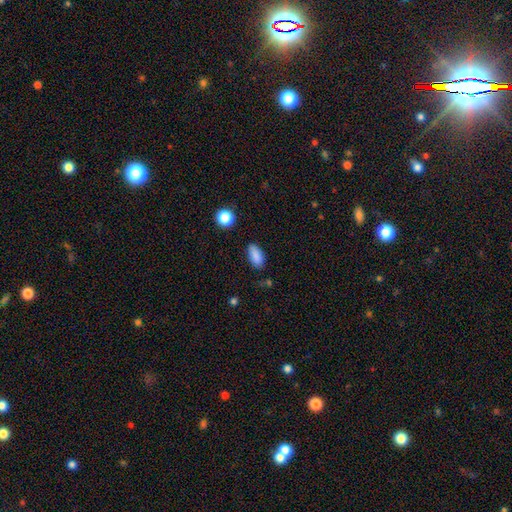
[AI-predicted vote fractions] smooth 87%, star or artifact 8%, featured or disk 4%. Down the decision tree: how rounded — in between (89%); merging — none (79%).